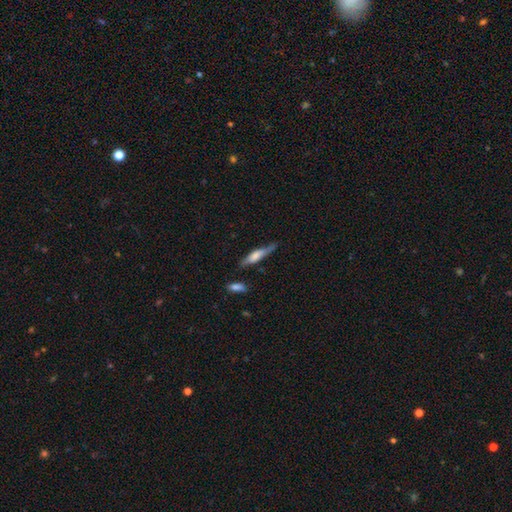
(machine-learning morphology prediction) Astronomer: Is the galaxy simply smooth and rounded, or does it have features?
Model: smooth — 48% (runner-up: featured or disk, 46%).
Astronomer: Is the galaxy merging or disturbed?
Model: none — 67%.